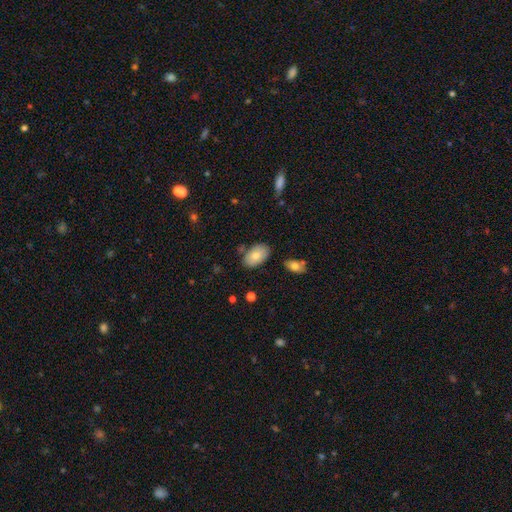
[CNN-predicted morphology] This appears to be a smooth galaxy with no disk features (77%) that is in between round and cigar-shaped (93%). Merging: none (77%).